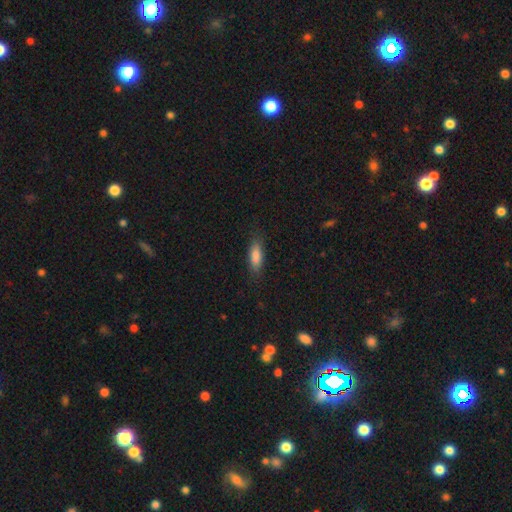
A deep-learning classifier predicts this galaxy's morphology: The model was most divided on "how rounded": in between: 59%, cigar-shaped: 39%, round: 2%. More confident: merging — none (81%); smooth or featured — smooth (80%).